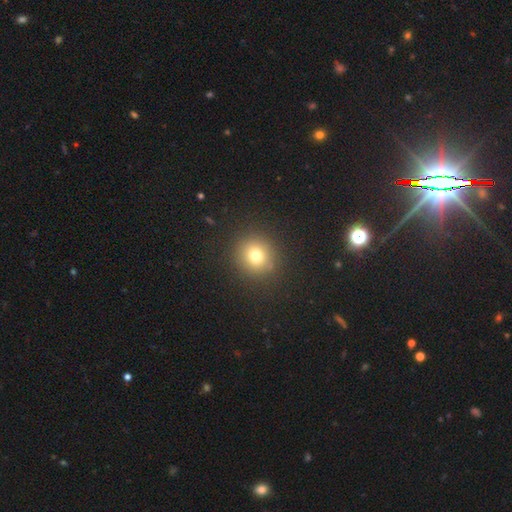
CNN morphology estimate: smooth 75%, star or artifact 16%, featured or disk 9%. Down the decision tree: how rounded — round (89%); merging — none (89%).